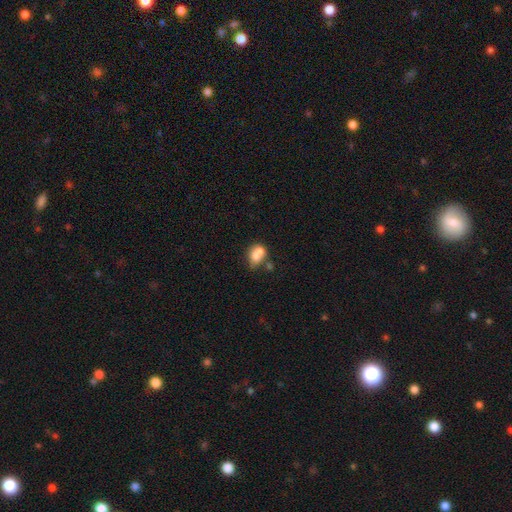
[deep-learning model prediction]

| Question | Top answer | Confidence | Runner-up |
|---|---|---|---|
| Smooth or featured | smooth | 73% | featured or disk (17%) |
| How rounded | in between | 65% | round (34%) |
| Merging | merger | 49% | none (28%) |